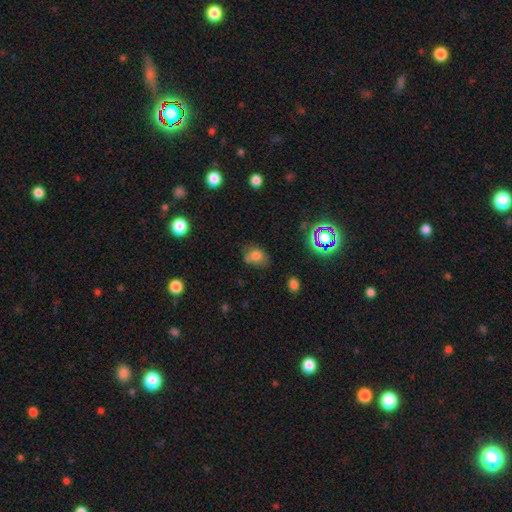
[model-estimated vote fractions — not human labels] Smooth or featured: smooth — 69% (star or artifact — 18%)
How rounded: in between — 59% (round — 40%)
Merging: none — 53% (minor disturbance — 24%)